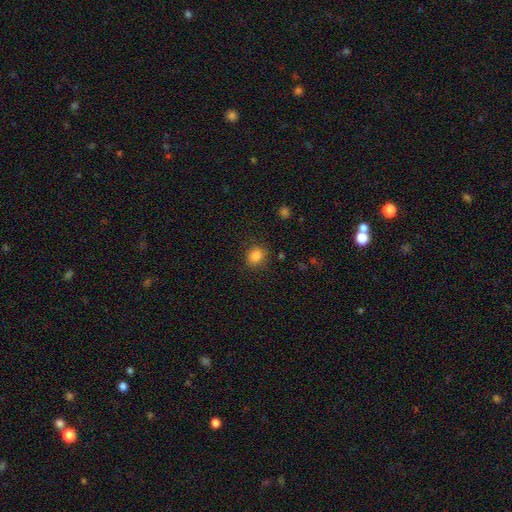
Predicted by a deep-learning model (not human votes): Smooth or featured? smooth (85%)
How rounded? round (61%)
Merging? none (84%)